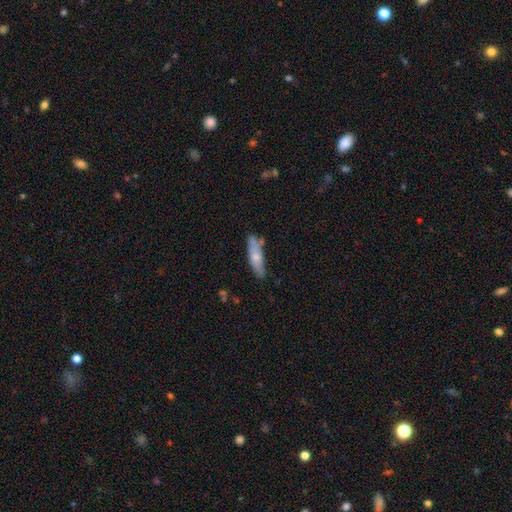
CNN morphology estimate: Smooth or featured: smooth — 65% (featured or disk — 29%)
How rounded: cigar-shaped — 65% (in between — 33%)
Merging: none — 72% (minor disturbance — 18%)